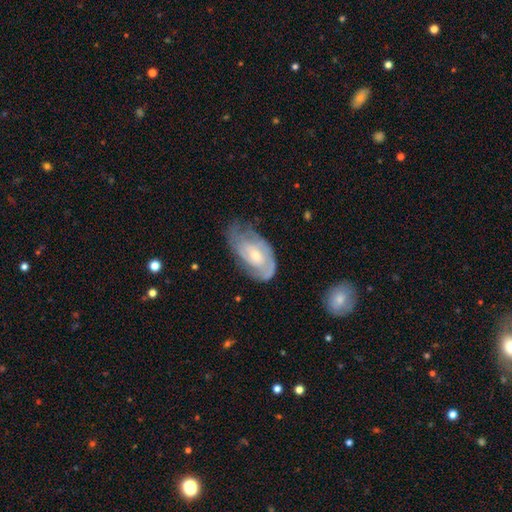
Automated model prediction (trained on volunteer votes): A featured or disk galaxy (76%) with no bar (58%), 2 (43%) tight (53%) spiral arms (91%) and a small central bulge (53%). Merging: none (52%).